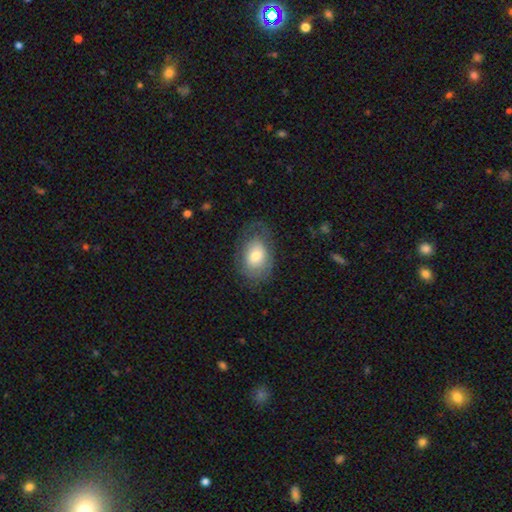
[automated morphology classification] smooth-or-featured: smooth: 64% | featured or disk: 29% | star or artifact: 7%
  how-rounded: in between: 79% | round: 20% | cigar-shaped: 1%
  merging: none: 65% | minor disturbance: 21% | major disturbance: 13% | merger: 1%